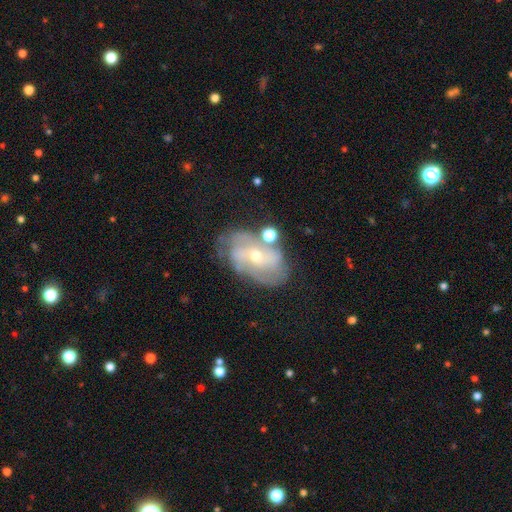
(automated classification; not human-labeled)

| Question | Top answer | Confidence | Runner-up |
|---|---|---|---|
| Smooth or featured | featured or disk | 76% | smooth (15%) |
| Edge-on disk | no | 96% | yes (4%) |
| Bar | no | 51% | weak (33%) |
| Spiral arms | yes | 82% | no (18%) |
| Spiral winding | medium | 41% | tight (36%) |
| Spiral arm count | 2 | 50% | can't tell (28%) |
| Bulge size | small | 63% | moderate (33%) |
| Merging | none | 57% | minor disturbance (21%) |